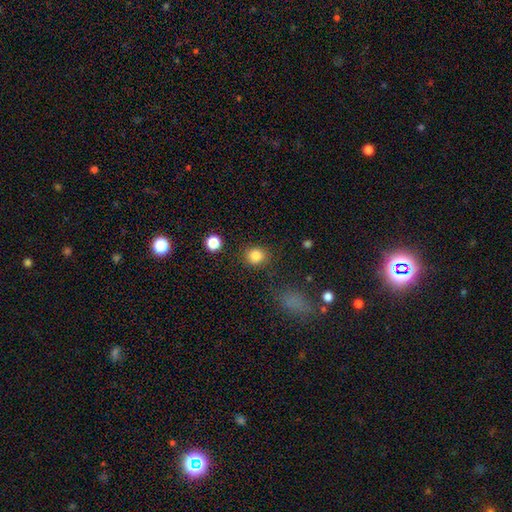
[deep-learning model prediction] The model was most divided on "how rounded": round: 83%, in between: 16%, cigar-shaped: 1%. More confident: merging — none (85%); smooth or featured — smooth (84%).